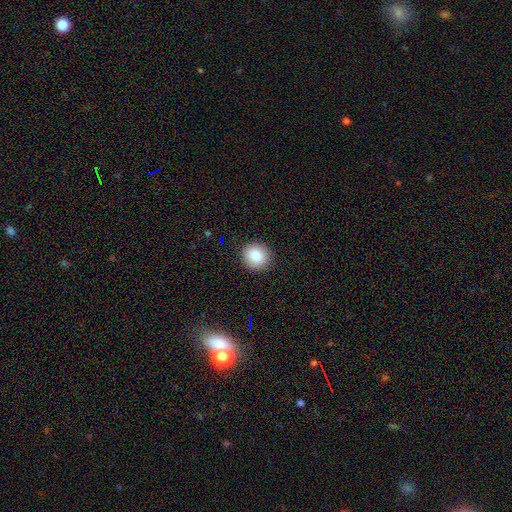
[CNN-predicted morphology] Overall: smooth (87%). How rounded: round (89%). Merging: none (91%).